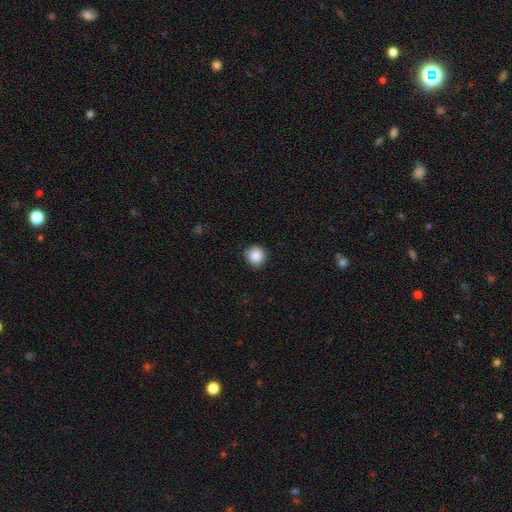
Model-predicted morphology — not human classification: Smooth or featured?
  - smooth: 87% *
  - star or artifact: 9%
  - featured or disk: 4%
How rounded?
  - round: 90% *
  - in between: 9%
  - cigar-shaped: 1%
Merging?
  - none: 83% *
  - minor disturbance: 13%
  - major disturbance: 2%
  - merger: 1%